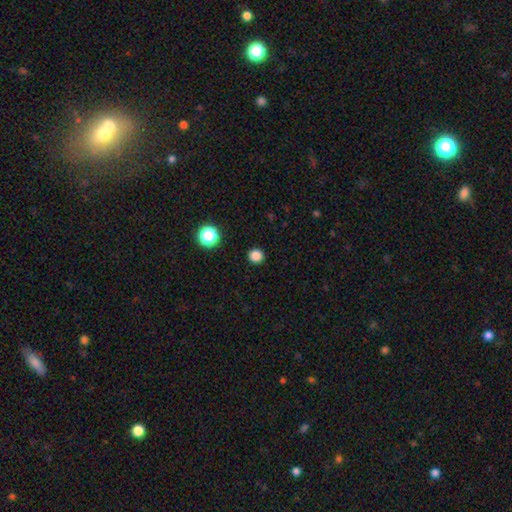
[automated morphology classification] The model was most divided on "smooth or featured": smooth: 84%, star or artifact: 13%, featured or disk: 3%. More confident: how rounded — round (93%); merging — none (92%).